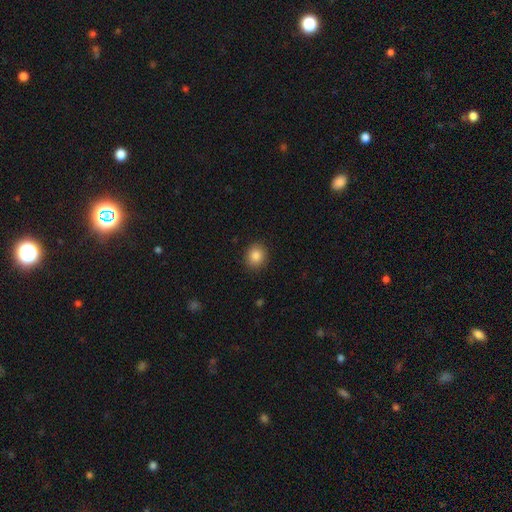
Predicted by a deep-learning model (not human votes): A smooth galaxy with no disk features (86%) that is round (75%).

Vote fractions:
- Smooth or featured? smooth: 86% / star or artifact: 9% / featured or disk: 5%
- How rounded? round: 75% / in between: 24% / cigar-shaped: 1%
- Merging? none: 90% / minor disturbance: 7% / major disturbance: 2% / merger: 1%